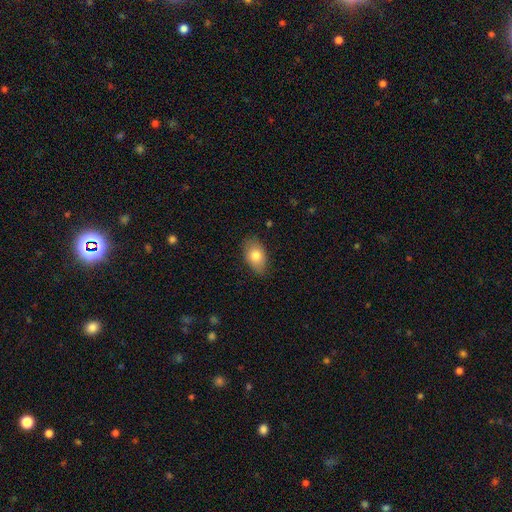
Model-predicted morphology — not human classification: Smooth or featured?
  - smooth: 79% *
  - featured or disk: 13%
  - star or artifact: 8%
How rounded?
  - in between: 87% *
  - round: 11%
  - cigar-shaped: 2%
Merging?
  - none: 80% *
  - minor disturbance: 16%
  - major disturbance: 3%
  - merger: 1%